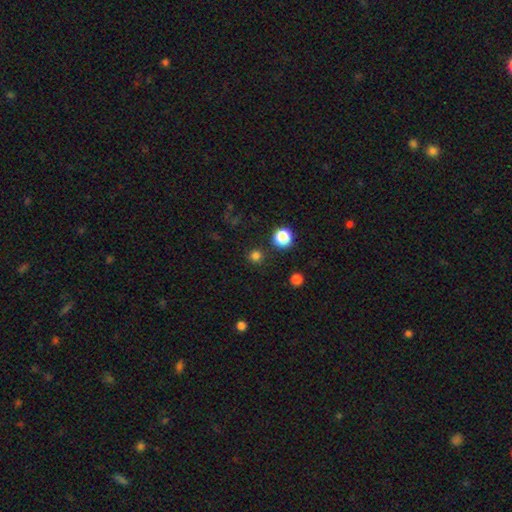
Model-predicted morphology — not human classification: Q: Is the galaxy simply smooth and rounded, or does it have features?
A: smooth — 78%.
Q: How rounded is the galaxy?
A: round — 94%.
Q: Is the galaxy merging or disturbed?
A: none — 88%.